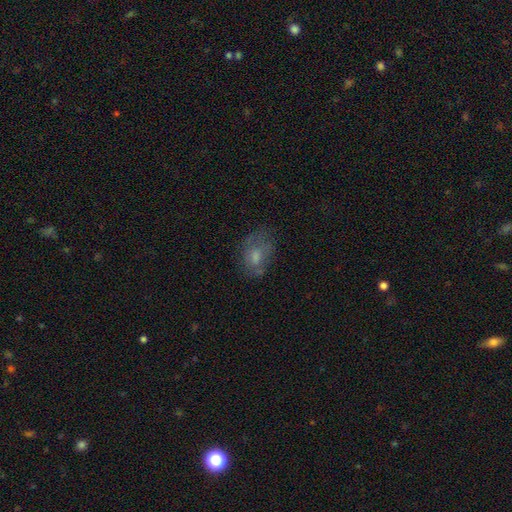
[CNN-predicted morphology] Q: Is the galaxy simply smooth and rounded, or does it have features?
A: smooth — 55%.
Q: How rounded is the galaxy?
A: in between — 79%.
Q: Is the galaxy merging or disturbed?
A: none — 50%.